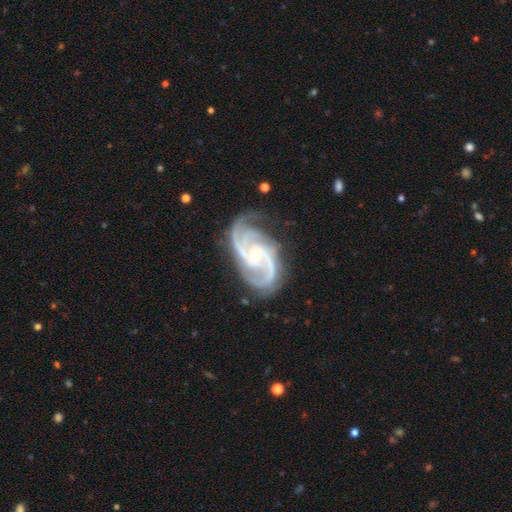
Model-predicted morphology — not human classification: smooth-or-featured: featured or disk: 94% | star or artifact: 4% | smooth: 2%
  disk-edge-on: no: 98% | yes: 2%
    bar: no: 53% | weak: 33% | strong: 13%
    has-spiral-arms: yes: 99% | no: 1%
      spiral-winding: medium: 51% | tight: 40% | loose: 9%
      spiral-arm-count: 3: 43% | 2: 37% | 4: 7% | can't tell: 6% | 1: 4% | more than 4: 4%
    bulge-size: small: 55% | moderate: 42% | large: 1% | none: 1% | dominant: 1%
  merging: none: 71% | minor disturbance: 19% | major disturbance: 7% | merger: 2%